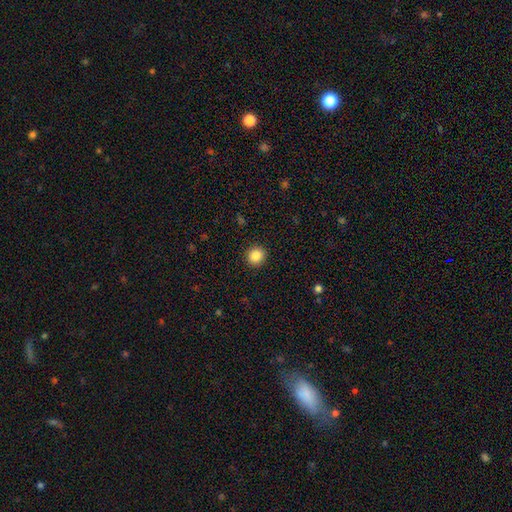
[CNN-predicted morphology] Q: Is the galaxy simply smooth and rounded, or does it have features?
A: smooth — 86%.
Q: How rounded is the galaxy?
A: round — 89%.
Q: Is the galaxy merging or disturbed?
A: none — 92%.